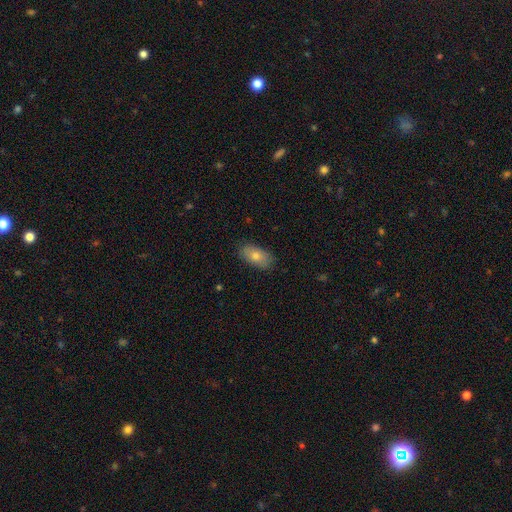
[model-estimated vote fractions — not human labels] Smooth or featured? smooth (75%)
How rounded? in between (91%)
Merging? none (87%)